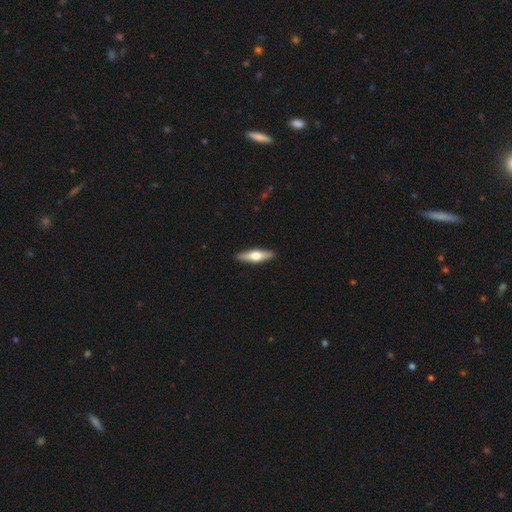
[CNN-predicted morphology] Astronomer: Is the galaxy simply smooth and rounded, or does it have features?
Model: featured or disk — 50% (runner-up: smooth, 45%).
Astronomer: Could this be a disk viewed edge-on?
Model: yes — 93%.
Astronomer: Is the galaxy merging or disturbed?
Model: none — 91%.